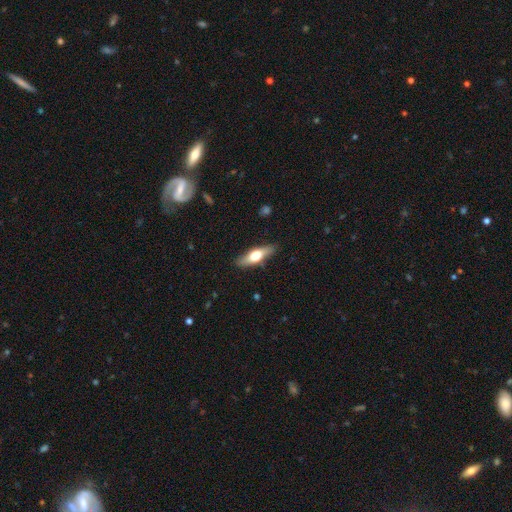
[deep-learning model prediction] Smooth or featured: smooth — 53% (featured or disk — 42%)
How rounded: cigar-shaped — 51% (in between — 46%)
Merging: none — 86% (minor disturbance — 11%)